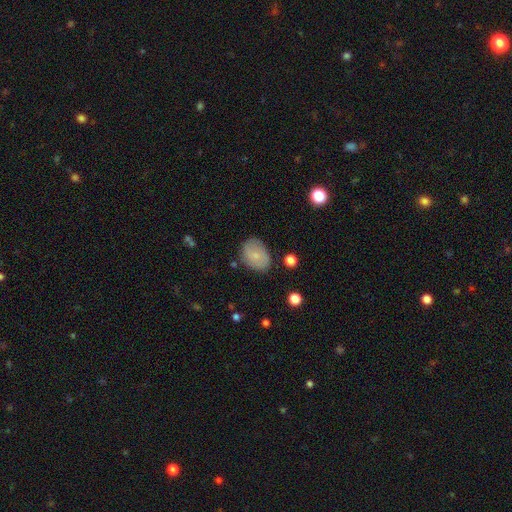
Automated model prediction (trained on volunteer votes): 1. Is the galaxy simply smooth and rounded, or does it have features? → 74% smooth, 19% featured or disk, 8% star or artifact.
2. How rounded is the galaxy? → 72% in between, 27% round, 1% cigar-shaped.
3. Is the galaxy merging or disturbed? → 77% none, 17% minor disturbance, 4% major disturbance, 2% merger.